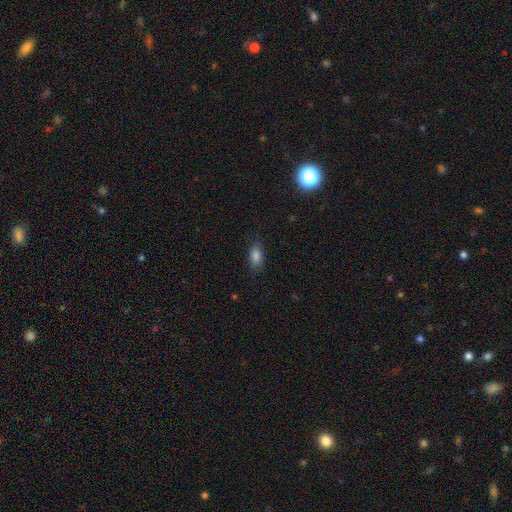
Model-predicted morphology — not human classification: smooth 84%, star or artifact 10%, featured or disk 6%. Down the decision tree: how rounded — in between (88%); merging — none (80%).